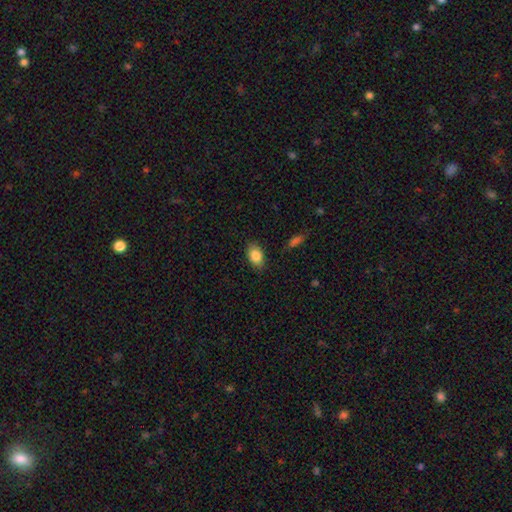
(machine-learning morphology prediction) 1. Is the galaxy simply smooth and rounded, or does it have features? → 85% smooth, 8% star or artifact, 7% featured or disk.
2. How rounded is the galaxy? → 85% in between, 13% round, 2% cigar-shaped.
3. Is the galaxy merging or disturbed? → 85% none, 11% minor disturbance, 3% major disturbance, 1% merger.